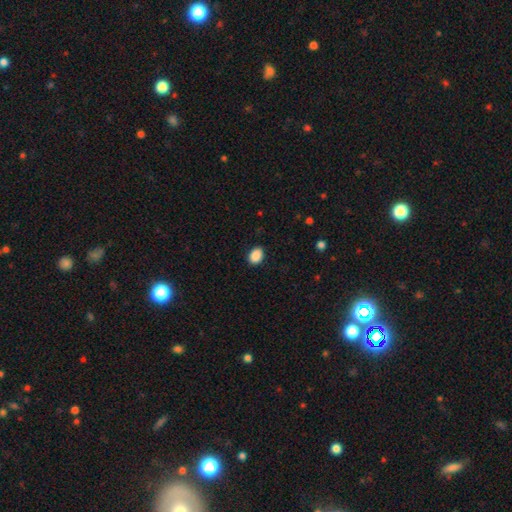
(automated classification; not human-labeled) smooth-or-featured: smooth: 90% | star or artifact: 8% | featured or disk: 2%
  how-rounded: in between: 71% | round: 28% | cigar-shaped: 1%
  merging: none: 89% | minor disturbance: 8% | major disturbance: 2% | merger: 1%